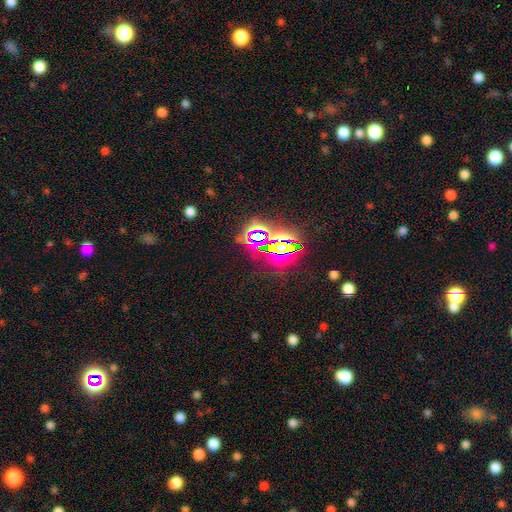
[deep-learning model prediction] Smooth or featured? star or artifact (81%)